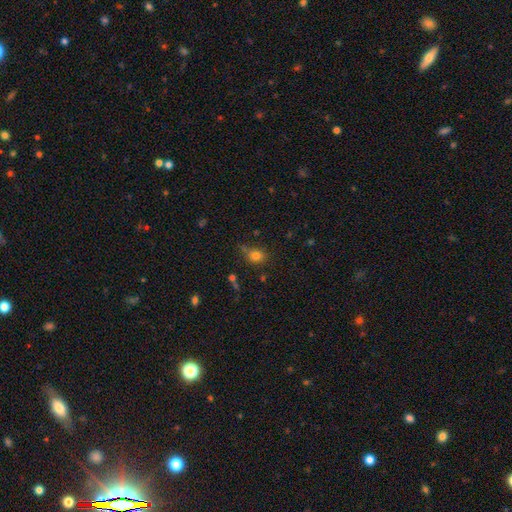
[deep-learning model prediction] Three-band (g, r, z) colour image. It shows a smooth galaxy with no disk features (76%) that is round (60%). Merging: none (62%).